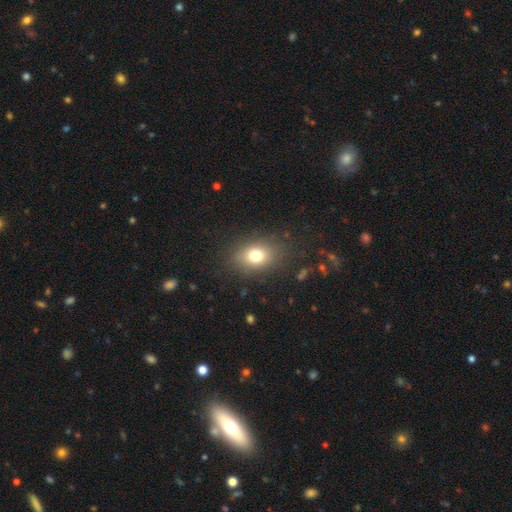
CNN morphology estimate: Smooth or featured: smooth — 77% (star or artifact — 12%)
How rounded: in between — 69% (round — 29%)
Merging: none — 83% (minor disturbance — 11%)